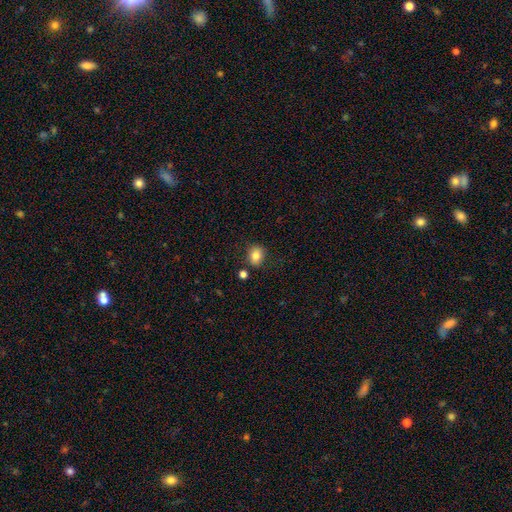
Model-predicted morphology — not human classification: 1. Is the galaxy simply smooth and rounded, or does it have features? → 82% smooth, 10% star or artifact, 8% featured or disk.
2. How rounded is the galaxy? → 58% round, 41% in between, 1% cigar-shaped.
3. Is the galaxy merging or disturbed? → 81% none, 11% minor disturbance, 5% merger, 3% major disturbance.